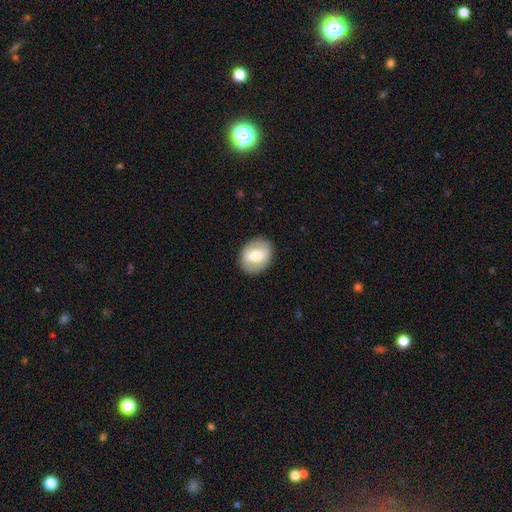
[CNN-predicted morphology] Smooth or featured? smooth (52%)
How rounded? in between (57%)
Merging? none (86%)